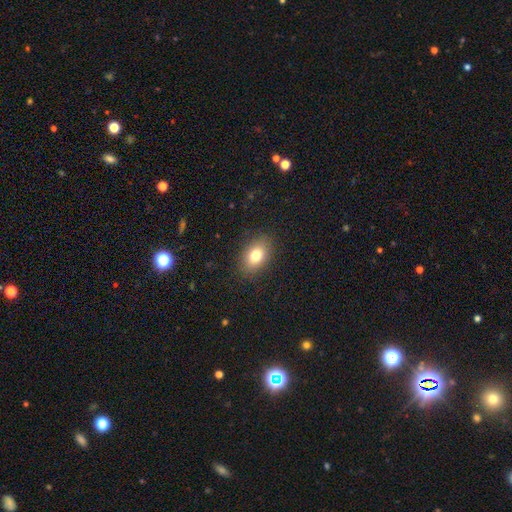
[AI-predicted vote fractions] The model was most divided on "how rounded": in between: 82%, round: 16%, cigar-shaped: 2%. More confident: merging — none (87%); smooth or featured — smooth (79%).